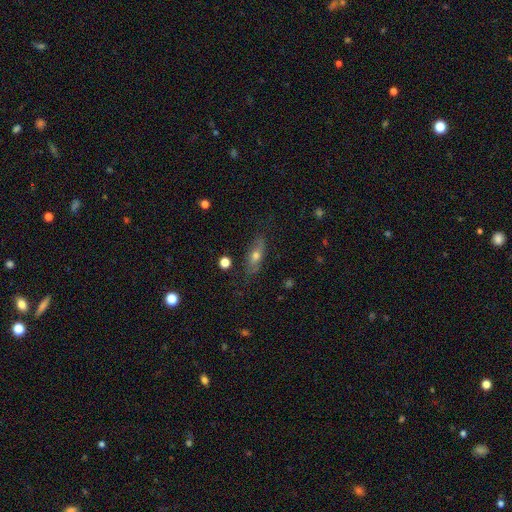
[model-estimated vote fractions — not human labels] Smooth or featured? smooth (54%)
How rounded? in between (60%)
Merging? none (77%)